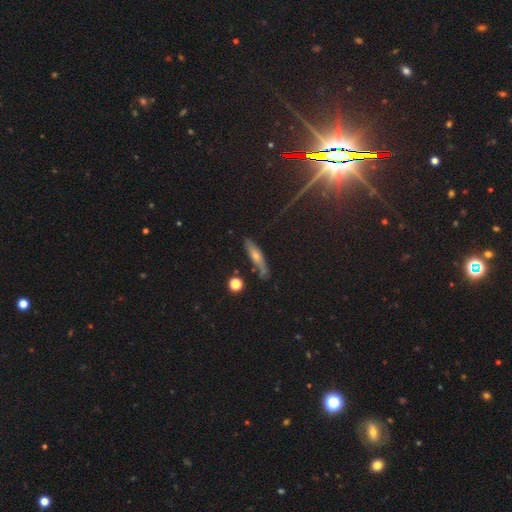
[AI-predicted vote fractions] Smooth or featured?
  - featured or disk: 45% *
  - smooth: 37%
  - star or artifact: 18%
Merging?
  - none: 71% *
  - minor disturbance: 20%
  - major disturbance: 5%
  - merger: 3%